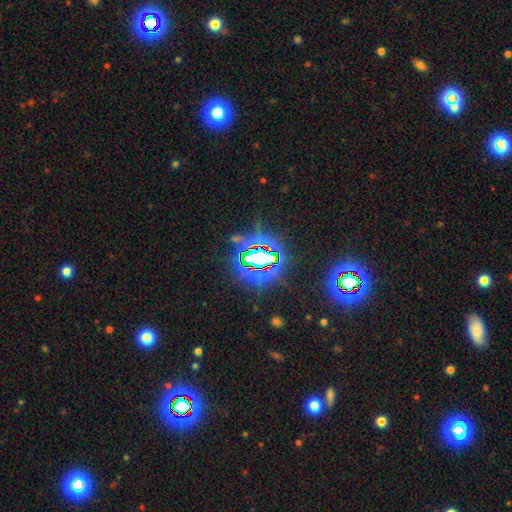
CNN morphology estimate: This is clearly a star or artifact rather than a galaxy (81%).